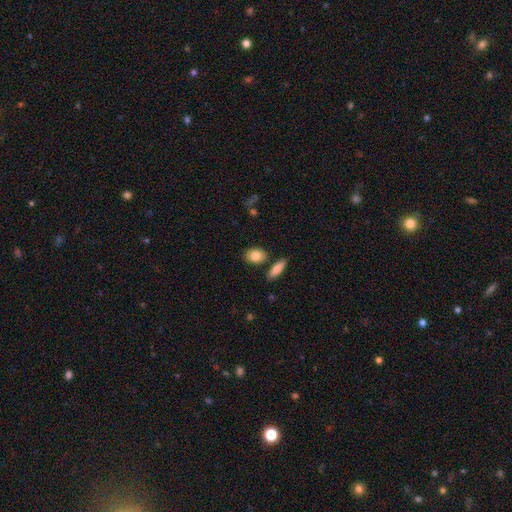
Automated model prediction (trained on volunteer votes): This appears to be a smooth galaxy with no disk features (84%) that is in between round and cigar-shaped (67%). Merging: none (79%).